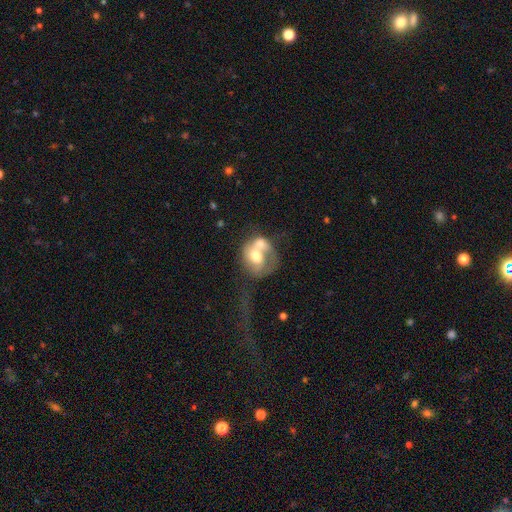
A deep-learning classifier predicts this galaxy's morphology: smooth-or-featured: smooth: 50% | featured or disk: 43% | star or artifact: 7%
  merging: merger: 67% | none: 13% | major disturbance: 12% | minor disturbance: 8%